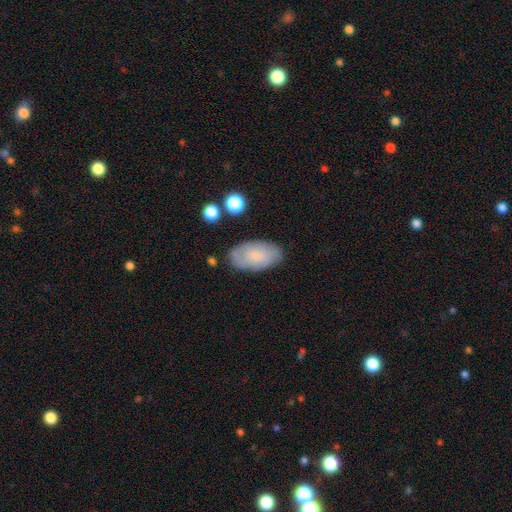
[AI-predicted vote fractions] Overall: smooth (64%; featured or disk 29%). How rounded: in between (94%). Merging: none (78%).